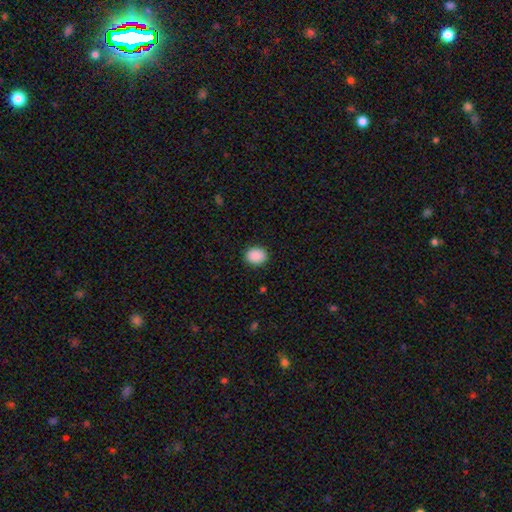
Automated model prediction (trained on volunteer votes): Smooth or featured?
  - smooth: 90% *
  - star or artifact: 7%
  - featured or disk: 2%
How rounded?
  - in between: 51% *
  - round: 49%
  - cigar-shaped: 1%
Merging?
  - none: 90% *
  - minor disturbance: 7%
  - major disturbance: 2%
  - merger: 1%